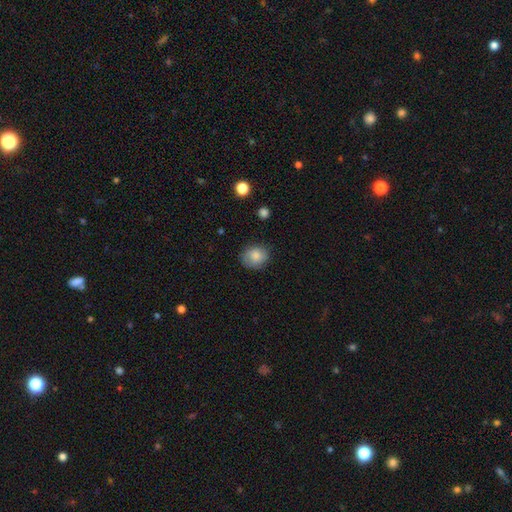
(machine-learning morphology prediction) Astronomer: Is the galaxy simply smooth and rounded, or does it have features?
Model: smooth — 83%.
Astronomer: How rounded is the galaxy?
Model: round — 63%.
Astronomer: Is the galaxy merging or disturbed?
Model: none — 78%.